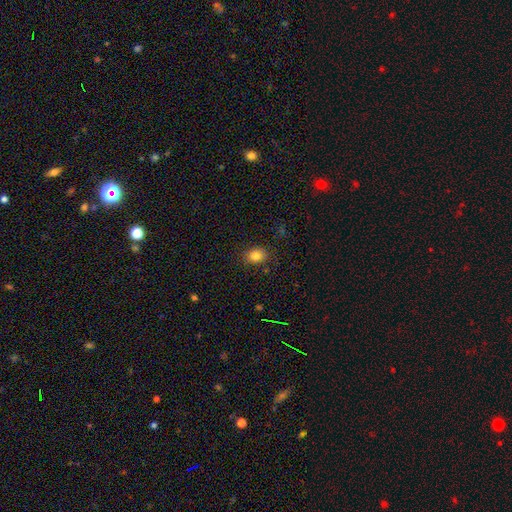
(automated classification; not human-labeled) This appears to be a smooth galaxy with no disk features (83%) that is in between round and cigar-shaped (53%). Merging: none (85%).